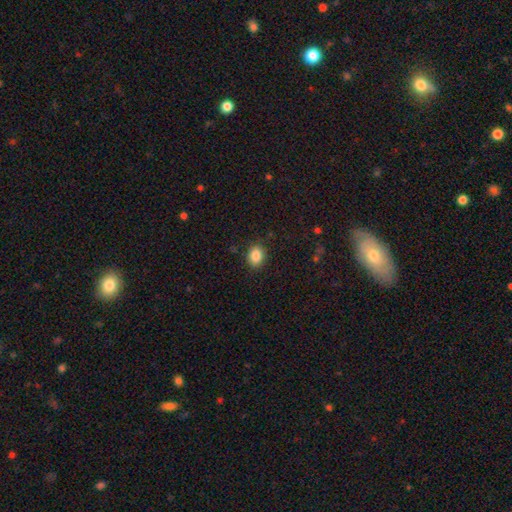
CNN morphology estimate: Overall: smooth (86%). How rounded: in between (57%; round 42%). Merging: none (88%).